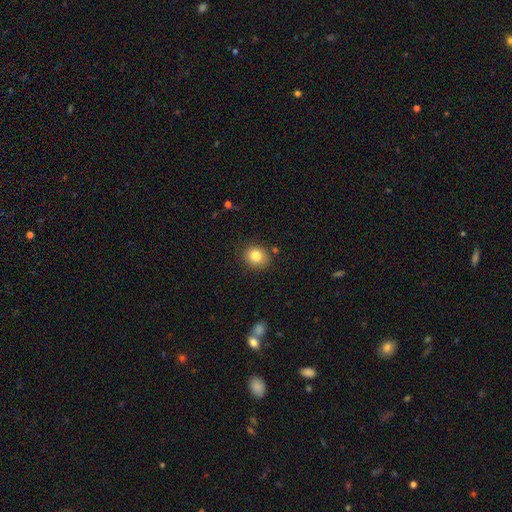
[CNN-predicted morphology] A smooth galaxy with no disk features (83%) that is round (77%). Merging: none (85%).